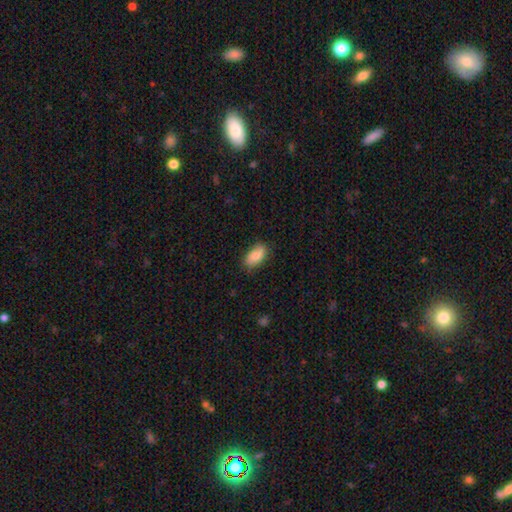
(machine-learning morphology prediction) Q: Smooth or featured?
A: smooth (82%); runner-up: featured or disk (12%)
Q: How rounded?
A: in between (93%); runner-up: round (4%)
Q: Merging?
A: none (77%); runner-up: minor disturbance (18%)